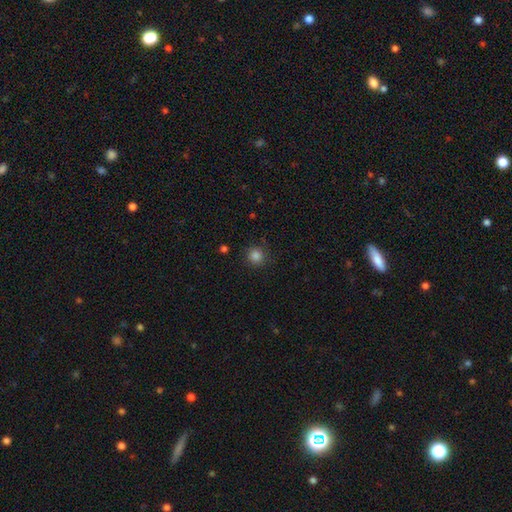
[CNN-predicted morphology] Overall: smooth (84%). How rounded: round (93%). Merging: none (86%).